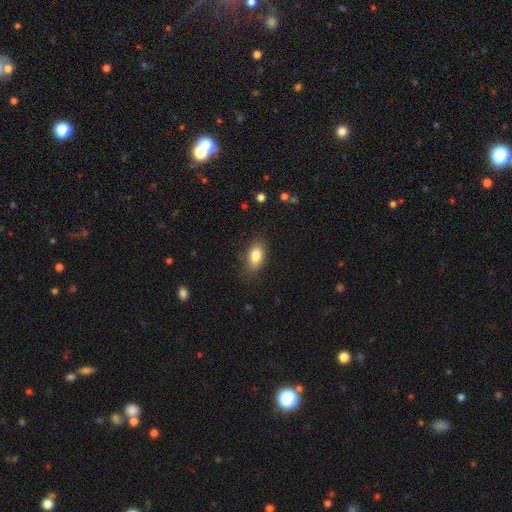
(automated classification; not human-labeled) Smooth or featured: smooth — 83% (featured or disk — 10%)
How rounded: in between — 87% (round — 7%)
Merging: none — 79% (minor disturbance — 16%)